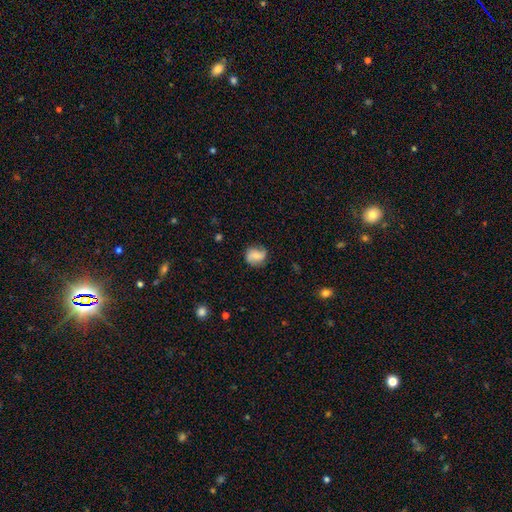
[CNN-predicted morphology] smooth_or_featured: smooth (p=0.47) [alt: featured or disk p=0.44]
merging: none (p=0.75) [alt: minor disturbance p=0.18]